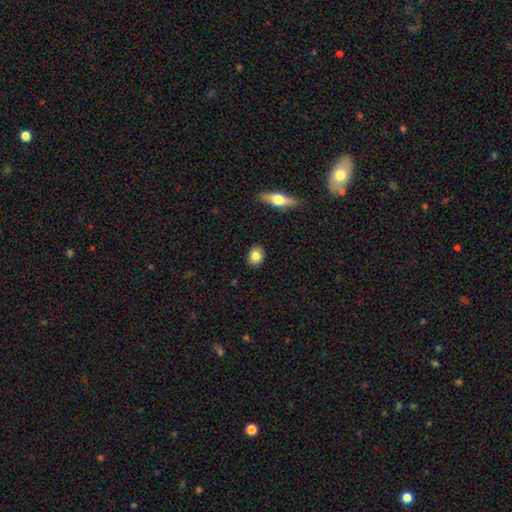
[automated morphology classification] The model was most divided on "how rounded": in between: 64%, round: 35%, cigar-shaped: 2%. More confident: merging — none (88%); smooth or featured — smooth (83%).